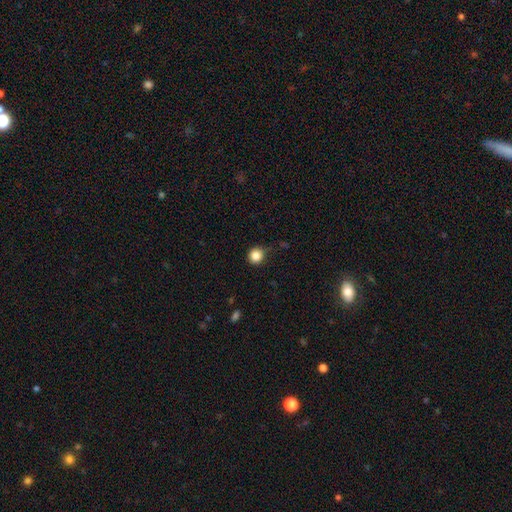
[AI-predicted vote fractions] Q: Smooth or featured?
A: smooth (85%); runner-up: star or artifact (11%)
Q: How rounded?
A: round (92%); runner-up: in between (7%)
Q: Merging?
A: none (77%); runner-up: minor disturbance (18%)